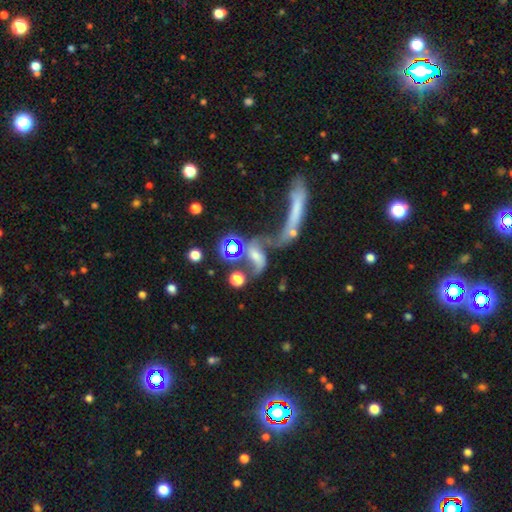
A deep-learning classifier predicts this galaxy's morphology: smooth-or-featured: featured or disk: 50% | smooth: 30% | star or artifact: 20%
  disk-edge-on: no: 89% | yes: 11%
  merging: merger: 47% | none: 22% | major disturbance: 20% | minor disturbance: 11%